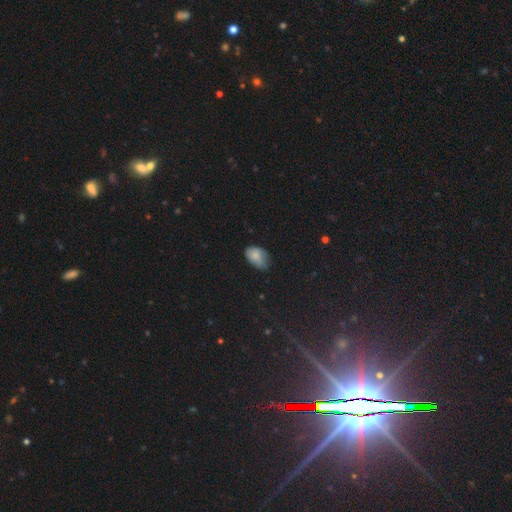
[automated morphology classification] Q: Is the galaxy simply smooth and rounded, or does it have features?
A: smooth — 77%.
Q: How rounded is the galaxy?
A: in between — 87%.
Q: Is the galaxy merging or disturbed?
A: none — 44%.